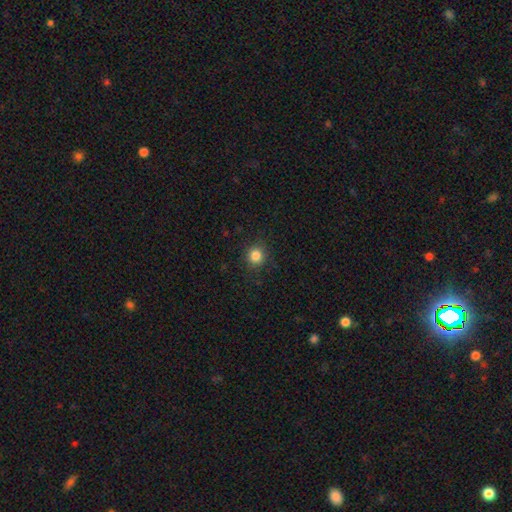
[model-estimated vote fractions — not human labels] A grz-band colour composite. It shows a smooth galaxy with no disk features (84%) that is round (91%). Merging: none (88%).